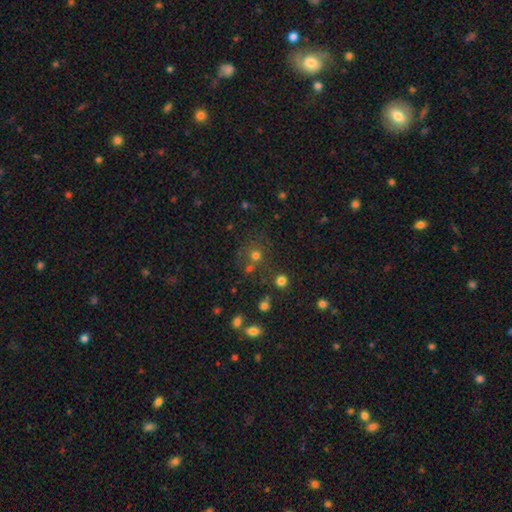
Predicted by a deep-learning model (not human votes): smooth 67%, star or artifact 24%, featured or disk 9%. Down the decision tree: how rounded — round (90%); merging — none (67%).